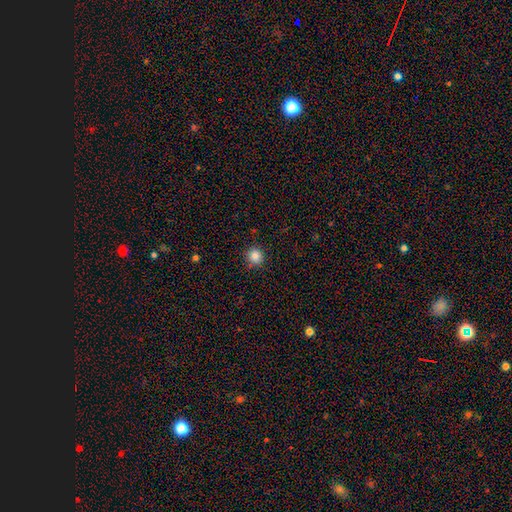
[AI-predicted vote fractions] Morphology: type=smooth (84%); roundness=round (91%); merging=none (88%).